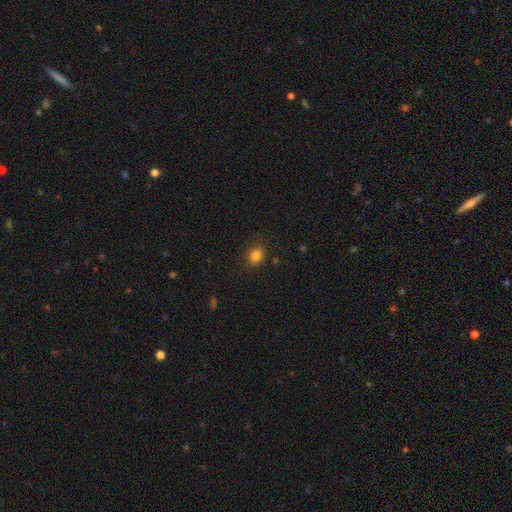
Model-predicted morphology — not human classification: This appears to be a smooth galaxy with no disk features (82%) that is round (66%). Merging: none (84%).